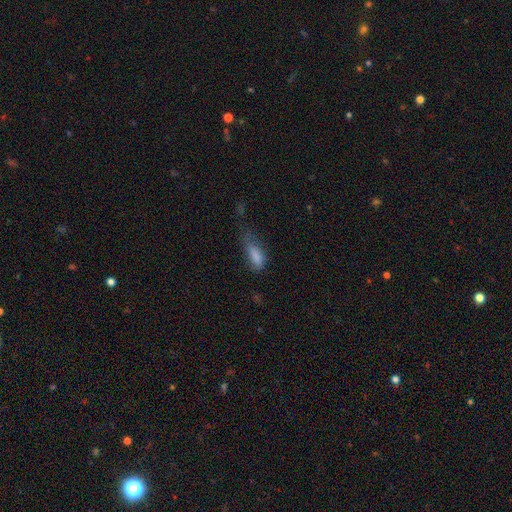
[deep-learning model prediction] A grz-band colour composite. It shows a smooth galaxy with no disk features (80%) that is in between round and cigar-shaped (75%). Merging: major disturbance (35%, tied with minor disturbance).